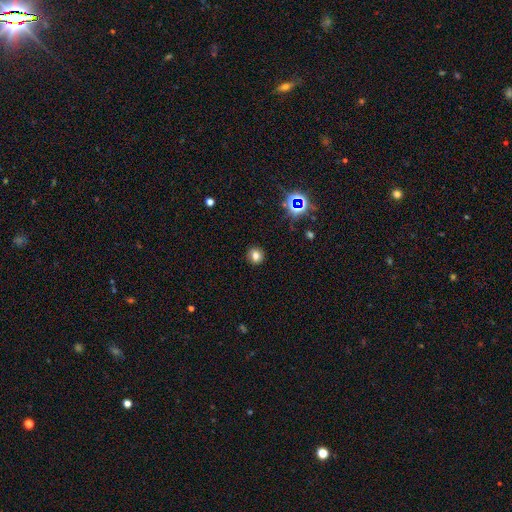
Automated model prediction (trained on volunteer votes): Smooth or featured? Predicted: smooth (p=0.76). How rounded? Predicted: round (p=0.86). Merging? Predicted: none (p=0.90).